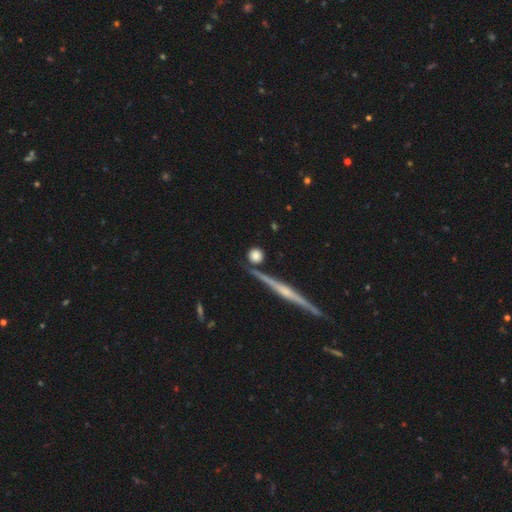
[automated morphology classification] Smooth or featured?
  - smooth: 79% *
  - featured or disk: 12%
  - star or artifact: 8%
How rounded?
  - round: 90% *
  - in between: 6%
  - cigar-shaped: 4%
Merging?
  - none: 79% *
  - minor disturbance: 10%
  - merger: 8%
  - major disturbance: 3%